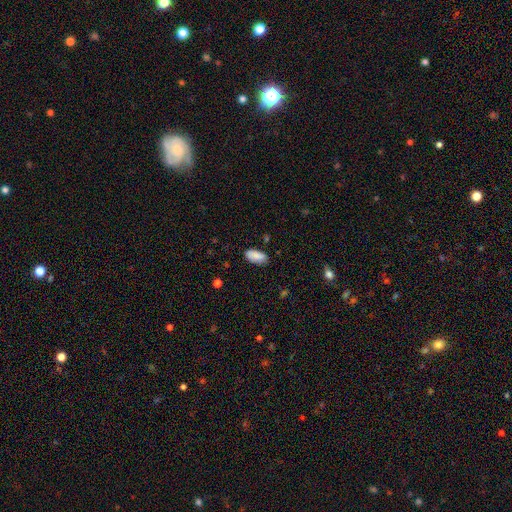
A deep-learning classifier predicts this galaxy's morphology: Smooth or featured? smooth (87%)
How rounded? in between (91%)
Merging? none (79%)